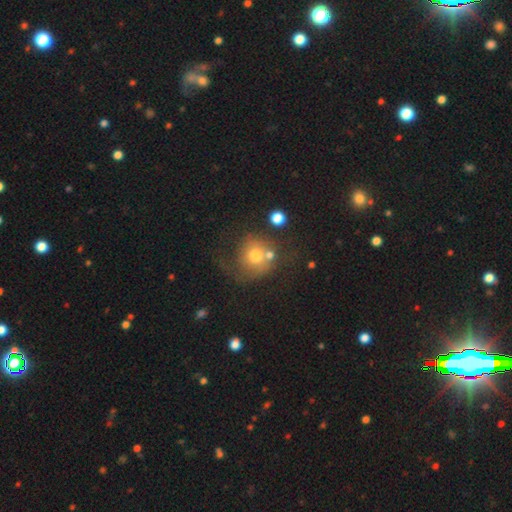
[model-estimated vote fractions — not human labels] Overall: smooth (61%; featured or disk 28%). How rounded: round (85%). Merging: none (41%; major disturbance 23%).